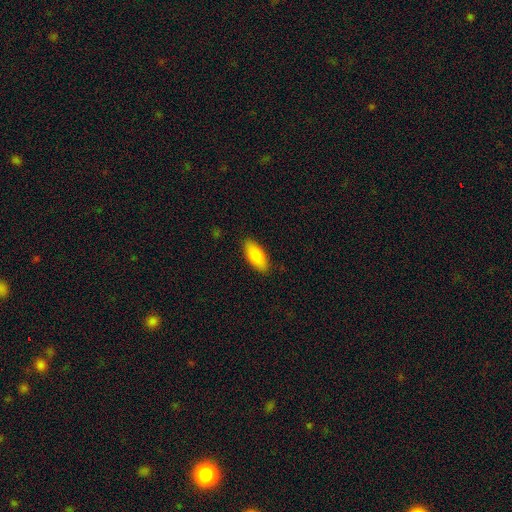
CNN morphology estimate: Smooth or featured?
  - smooth: 84% *
  - featured or disk: 10%
  - star or artifact: 6%
How rounded?
  - in between: 87% *
  - cigar-shaped: 11%
  - round: 2%
Merging?
  - none: 88% *
  - minor disturbance: 9%
  - major disturbance: 2%
  - merger: 1%